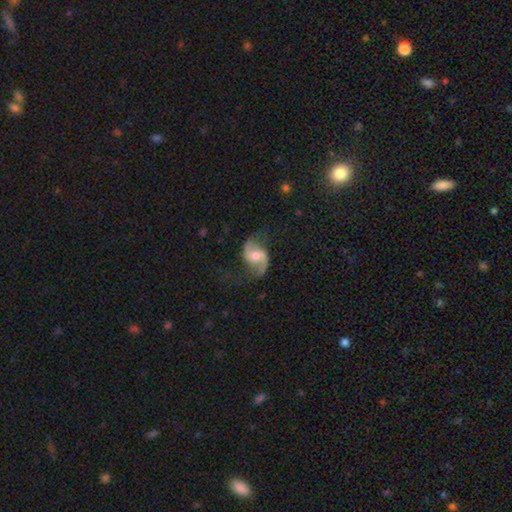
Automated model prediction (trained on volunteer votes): The model was most divided on "bar": no: 46%, weak: 43%, strong: 12%. More confident: edge-on disk — no (98%); spiral arms — yes (96%); spiral arm count — 2 (93%); smooth or featured — featured or disk (84%); merging — none (70%); spiral winding — loose (64%); bulge size — moderate (61%).